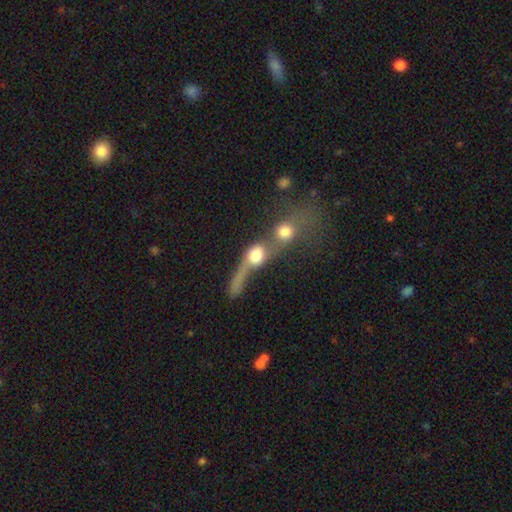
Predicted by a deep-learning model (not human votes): Smooth or featured? smooth (59%)
How rounded? round (55%)
Merging? merger (72%)